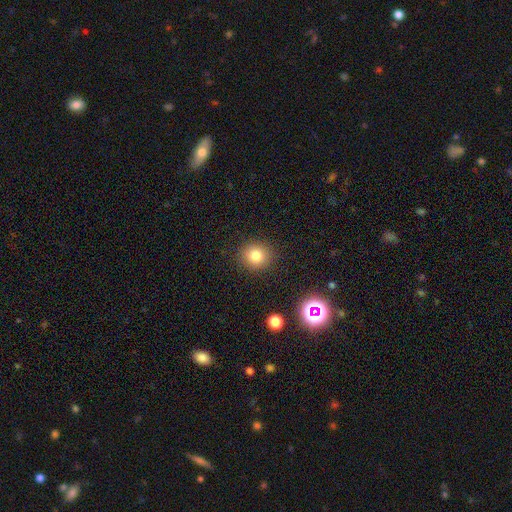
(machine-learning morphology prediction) type=smooth (81%); roundness=round (86%); merging=none (89%).